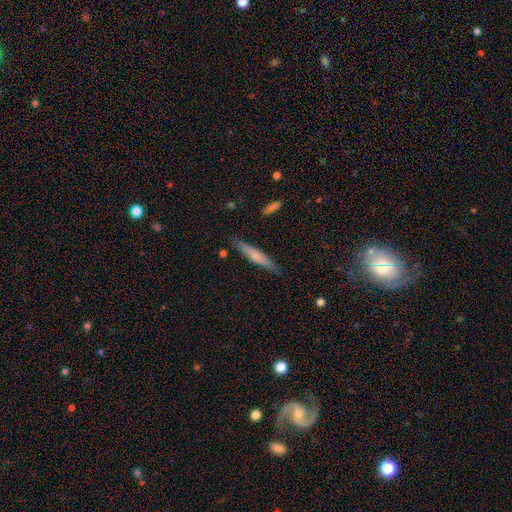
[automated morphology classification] Smooth or featured? smooth (62%)
How rounded? cigar-shaped (92%)
Merging? none (84%)